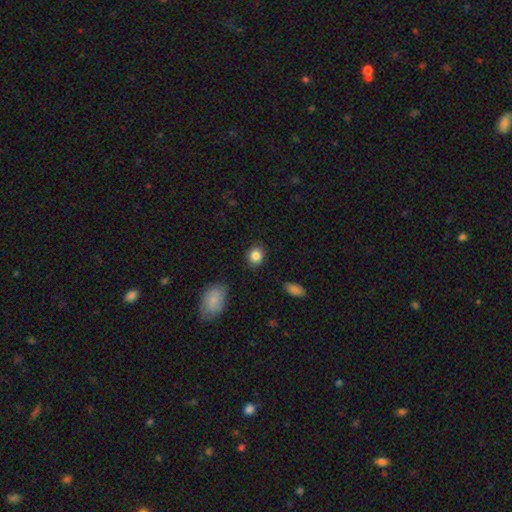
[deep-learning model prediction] A smooth galaxy with no disk features (85%) that is round (70%). Merging: none (87%).